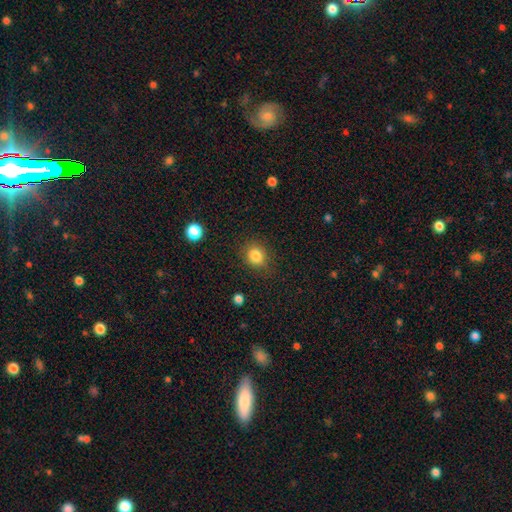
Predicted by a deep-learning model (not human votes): Smooth or featured: smooth — 84% (star or artifact — 11%)
How rounded: round — 74% (in between — 25%)
Merging: none — 85% (minor disturbance — 10%)